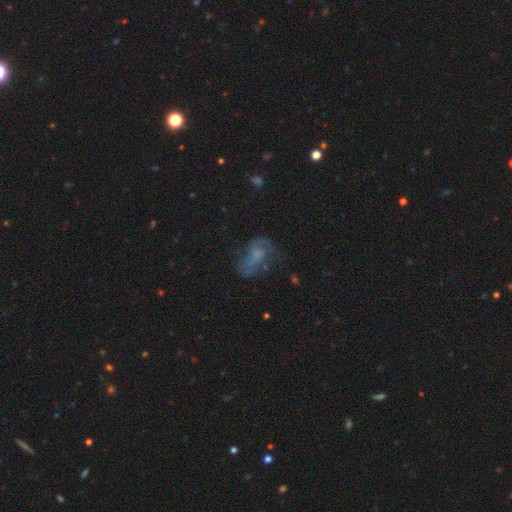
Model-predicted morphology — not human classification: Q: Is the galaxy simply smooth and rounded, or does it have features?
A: featured or disk — 54%.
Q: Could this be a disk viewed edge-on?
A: no — 96%.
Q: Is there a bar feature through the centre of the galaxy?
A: no — 65%.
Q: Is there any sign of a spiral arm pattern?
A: yes — 66%.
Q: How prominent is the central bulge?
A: none — 42%.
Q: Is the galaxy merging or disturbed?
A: none — 43%.